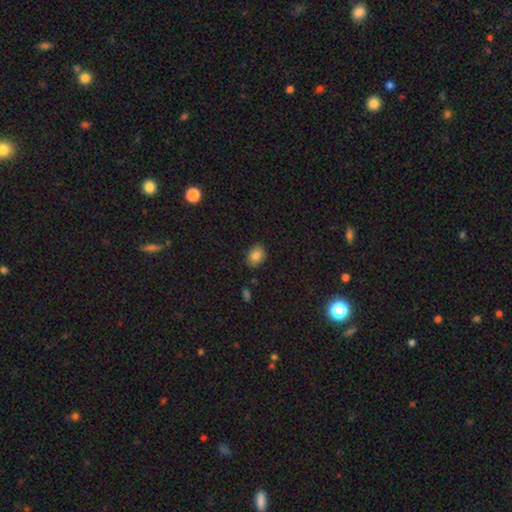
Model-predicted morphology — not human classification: smooth_or_featured: smooth (p=0.84) [alt: star or artifact p=0.09]
how_rounded: in between (p=0.64) [alt: round p=0.35]
merging: none (p=0.83) [alt: minor disturbance p=0.13]